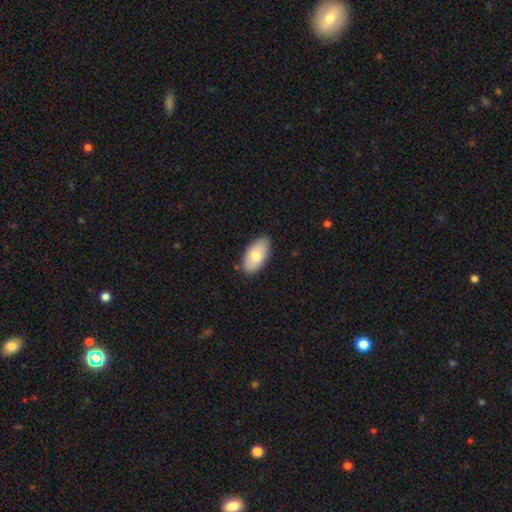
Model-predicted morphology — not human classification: The model was most divided on "smooth or featured": smooth: 78%, featured or disk: 16%, star or artifact: 6%. More confident: how rounded — in between (95%); merging — none (83%).